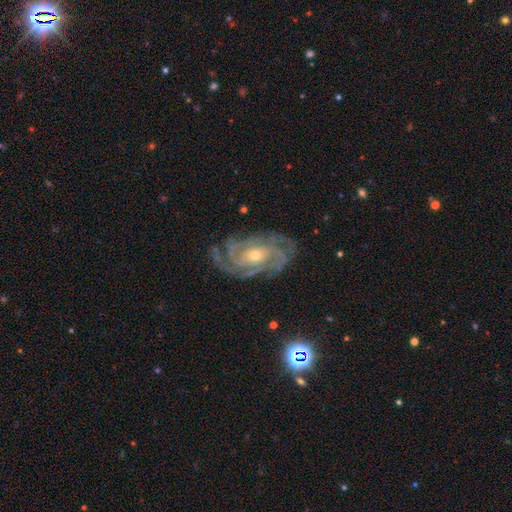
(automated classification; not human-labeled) Smooth or featured: featured or disk — 91% (star or artifact — 6%)
Edge-on disk: no — 96% (yes — 4%)
Bar: no — 62% (weak — 27%)
Spiral arms: yes — 98% (no — 2%)
Spiral winding: tight — 72% (medium — 24%)
Spiral arm count: 4 — 28% (tied with 3 — 28%)
Bulge size: small — 54% (moderate — 44%)
Merging: none — 78% (minor disturbance — 15%)